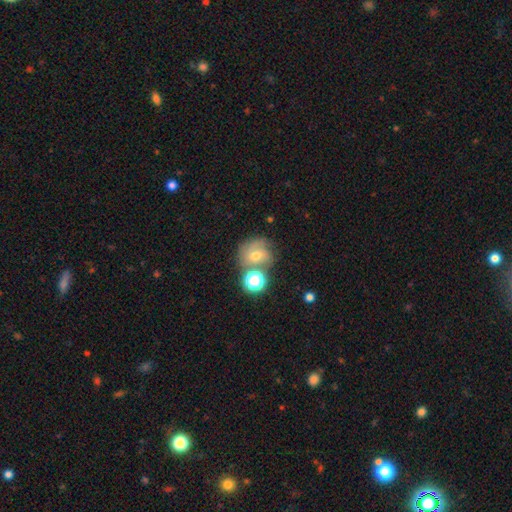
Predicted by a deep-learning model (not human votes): smooth_or_featured: smooth (p=0.46) [alt: featured or disk p=0.37]
merging: none (p=0.49) [alt: merger p=0.26]